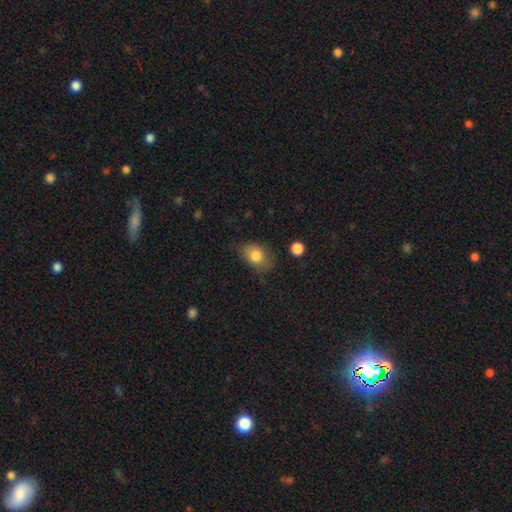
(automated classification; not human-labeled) This appears to be a smooth galaxy with no disk features (80%) that is in between round and cigar-shaped (71%). Merging: none (66%).